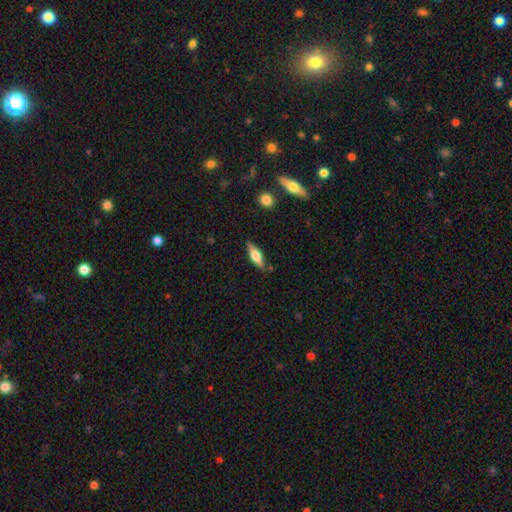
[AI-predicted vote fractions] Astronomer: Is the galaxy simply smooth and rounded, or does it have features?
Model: featured or disk — 64%.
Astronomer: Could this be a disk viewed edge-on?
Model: yes — 96%.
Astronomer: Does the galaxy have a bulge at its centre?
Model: rounded — 88%.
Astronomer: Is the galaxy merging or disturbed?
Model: none — 85%.